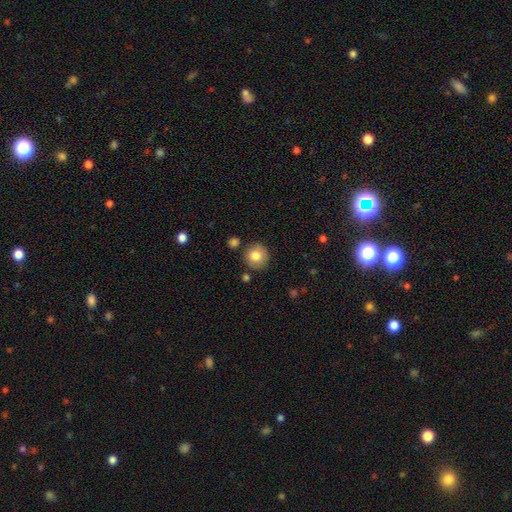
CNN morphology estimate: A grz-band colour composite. It shows a smooth galaxy with no disk features (81%) that is round (93%). Merging: none (84%).